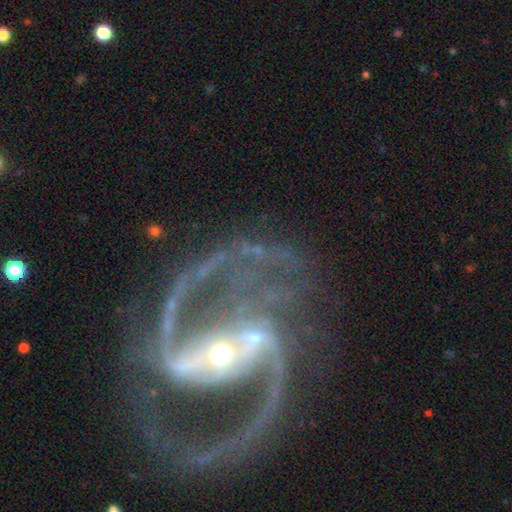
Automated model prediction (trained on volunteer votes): Smooth or featured?
  - featured or disk: 92% *
  - star or artifact: 6%
  - smooth: 2%
Edge-on disk?
  - no: 98% *
  - yes: 2%
Bar?
  - strong: 58% *
  - weak: 25%
  - no: 16%
Spiral arms?
  - yes: 98% *
  - no: 2%
Spiral winding?
  - medium: 52% *
  - loose: 36%
  - tight: 13%
Spiral arm count?
  - 2: 82% *
  - 3: 7%
  - can't tell: 3%
  - 1: 3%
  - 4: 3%
  - more than 4: 3%
Bulge size?
  - small: 60% *
  - moderate: 35%
  - large: 2%
  - none: 1%
  - dominant: 1%
Merging?
  - none: 54% *
  - major disturbance: 20%
  - minor disturbance: 16%
  - merger: 9%